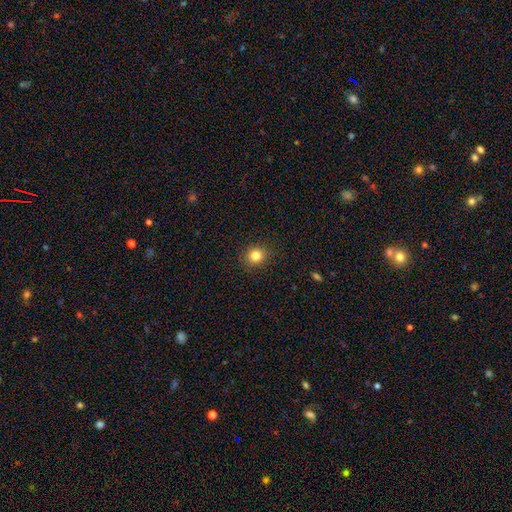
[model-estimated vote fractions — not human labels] A smooth galaxy with no disk features (83%) that is round (84%).

Vote fractions:
- Smooth or featured? smooth: 83% / star or artifact: 12% / featured or disk: 5%
- How rounded? round: 84% / in between: 15% / cigar-shaped: 1%
- Merging? none: 90% / minor disturbance: 7% / major disturbance: 2% / merger: 1%